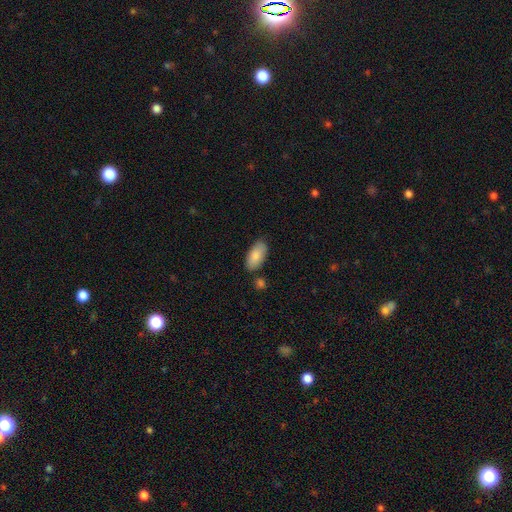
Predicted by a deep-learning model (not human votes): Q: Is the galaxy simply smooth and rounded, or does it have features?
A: smooth — 86%.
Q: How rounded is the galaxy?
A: in between — 92%.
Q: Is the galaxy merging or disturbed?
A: none — 79%.